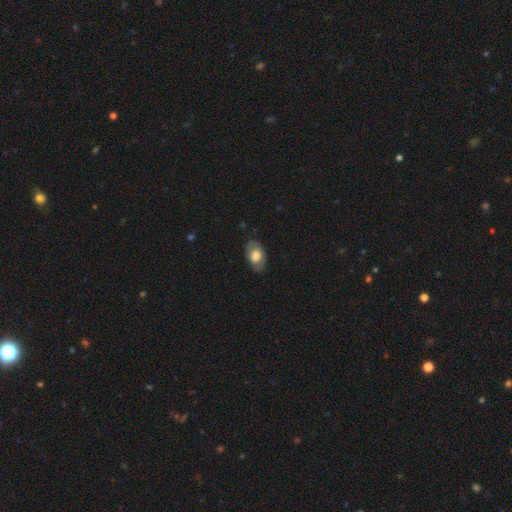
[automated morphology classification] The model was most divided on "smooth or featured": smooth: 60%, featured or disk: 34%, star or artifact: 6%. More confident: how rounded — in between (90%); merging — none (78%).